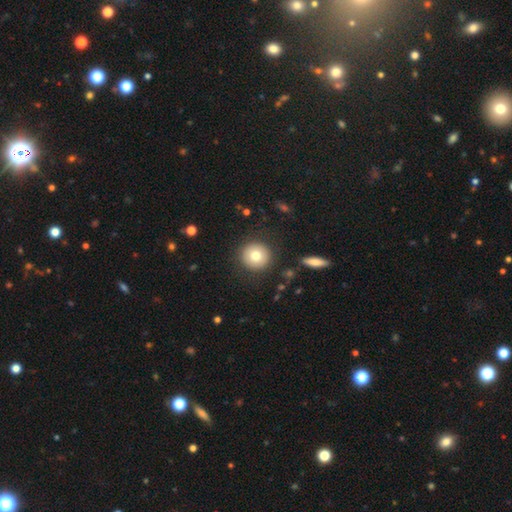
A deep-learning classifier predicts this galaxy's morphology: The model was most divided on "smooth or featured": smooth: 77%, featured or disk: 14%, star or artifact: 9%. More confident: how rounded — round (94%); merging — none (89%).